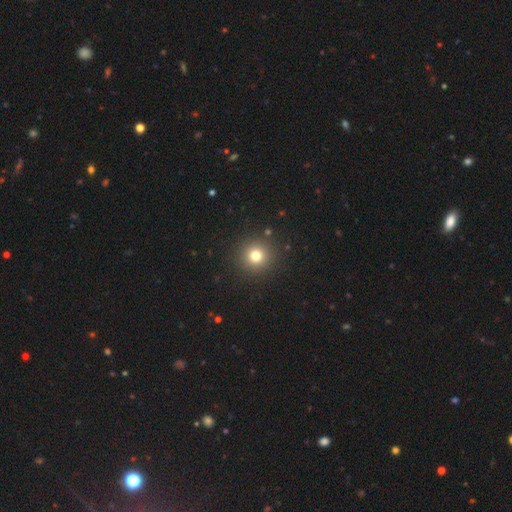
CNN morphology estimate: A smooth galaxy with no disk features (77%) that is round (94%). Merging: none (91%).